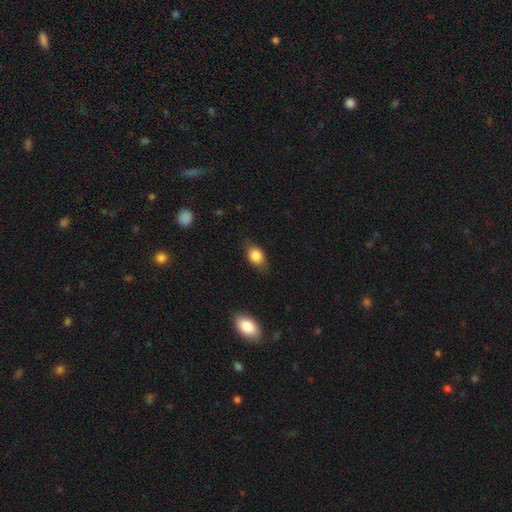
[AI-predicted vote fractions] Overall: smooth (81%). How rounded: in between (74%). Merging: none (76%).